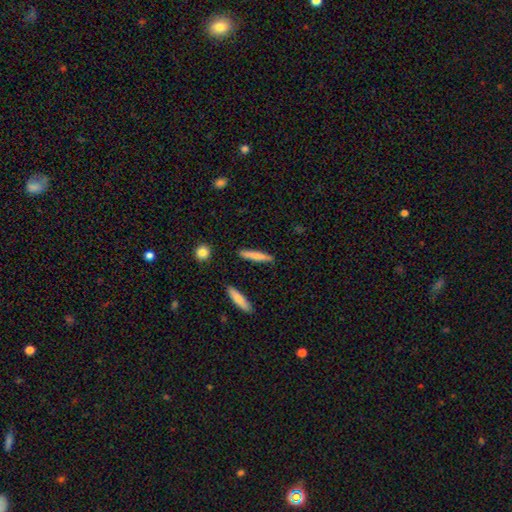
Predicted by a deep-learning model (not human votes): Overall: smooth (71%). How rounded: cigar-shaped (90%). Merging: none (88%).